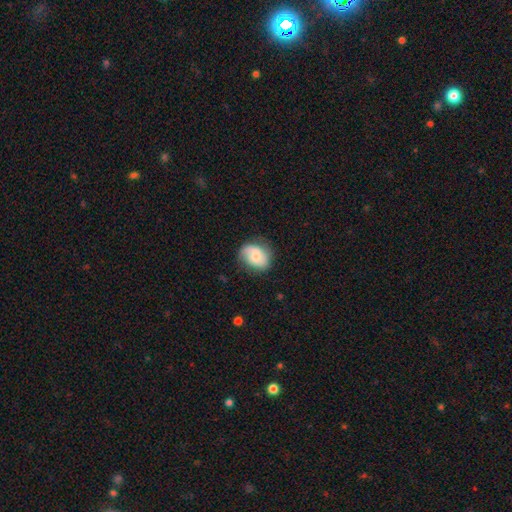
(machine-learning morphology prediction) Smooth or featured? Predicted: featured or disk (p=0.47). Merging? Predicted: none (p=0.70).